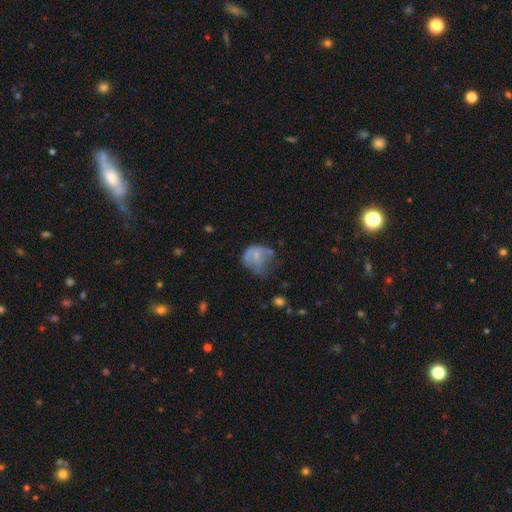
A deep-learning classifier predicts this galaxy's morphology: This is possibly a smooth galaxy (52%). How rounded: possibly round (57%). Merging: marginally major disturbance (37%).